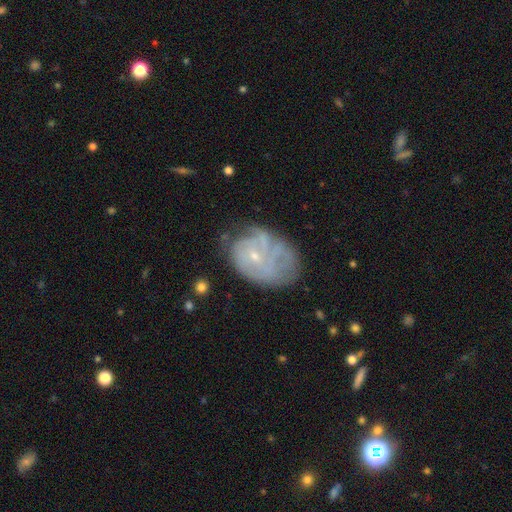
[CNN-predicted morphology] type=featured or disk (66%); edge-on=no (97%); bar=no (78%); spiral arms=yes (64%); bulge=small (76%); merging=none (41%).